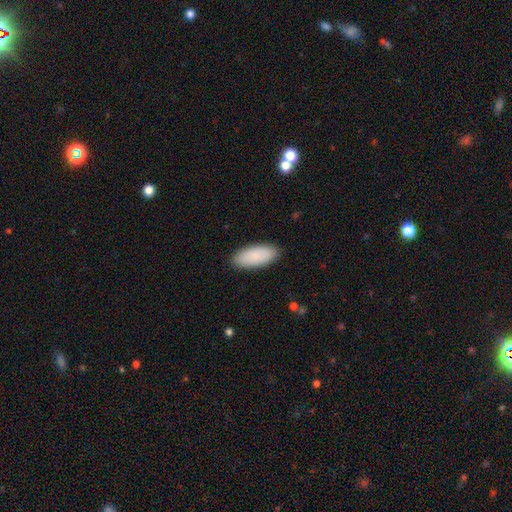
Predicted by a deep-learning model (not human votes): smooth 89%, star or artifact 6%, featured or disk 5%. Down the decision tree: how rounded — in between (89%); merging — none (89%).